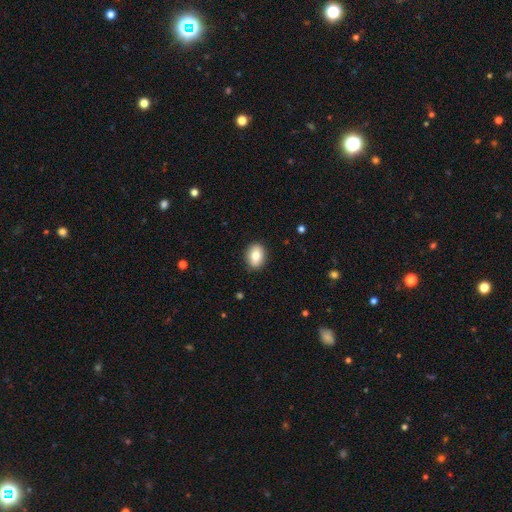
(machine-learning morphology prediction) Smooth or featured?
  - smooth: 82% *
  - featured or disk: 10%
  - star or artifact: 8%
How rounded?
  - in between: 70% *
  - round: 29%
  - cigar-shaped: 1%
Merging?
  - none: 89% *
  - minor disturbance: 8%
  - major disturbance: 2%
  - merger: 1%